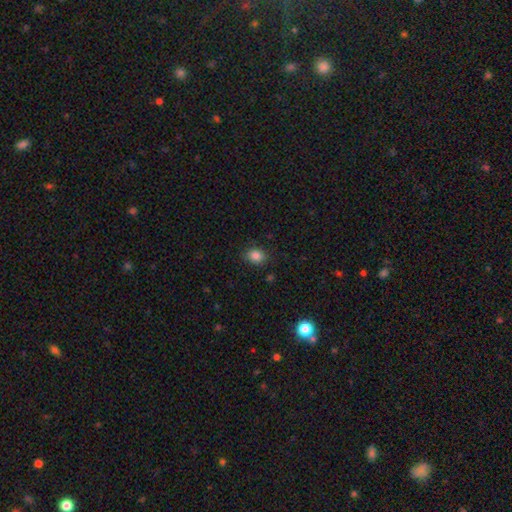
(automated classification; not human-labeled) A smooth galaxy with no disk features (85%) that is round (52%). Merging: none (85%).